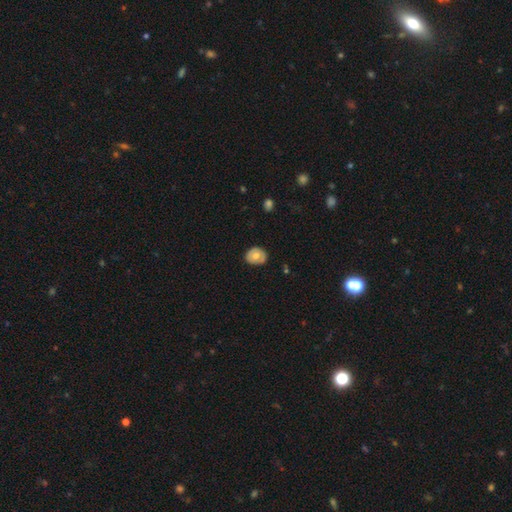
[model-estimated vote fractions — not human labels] Morphology: type=smooth (61%); roundness=round (61%); merging=none (81%).